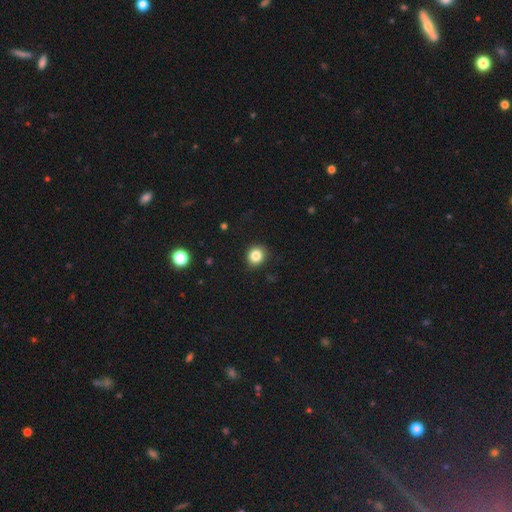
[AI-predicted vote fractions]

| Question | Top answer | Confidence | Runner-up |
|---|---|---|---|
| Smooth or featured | smooth | 83% | star or artifact (11%) |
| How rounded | round | 82% | in between (17%) |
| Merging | none | 88% | minor disturbance (9%) |